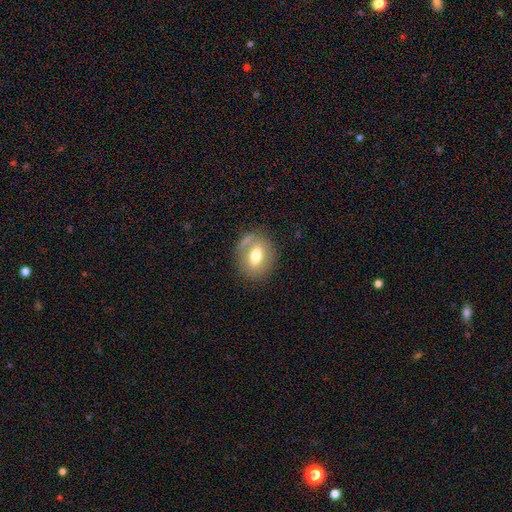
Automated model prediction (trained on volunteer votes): Smooth or featured: smooth — 63% (featured or disk — 29%)
How rounded: in between — 51% (round — 47%)
Merging: none — 71% (minor disturbance — 16%)